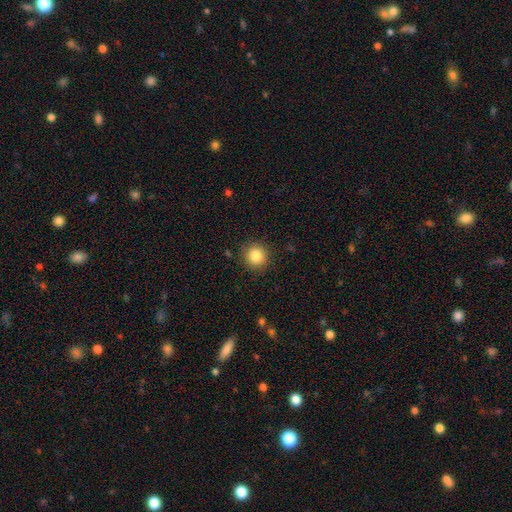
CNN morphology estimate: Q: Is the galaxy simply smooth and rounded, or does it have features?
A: smooth — 85%.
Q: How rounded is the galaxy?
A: round — 93%.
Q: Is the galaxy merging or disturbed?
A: none — 90%.